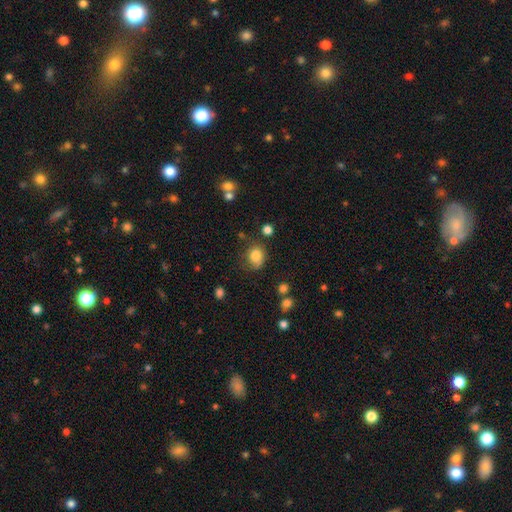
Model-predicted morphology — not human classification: smooth_or_featured: smooth (p=0.81) [alt: star or artifact p=0.11]
how_rounded: round (p=0.60) [alt: in between p=0.39]
merging: none (p=0.59) [alt: minor disturbance p=0.26]